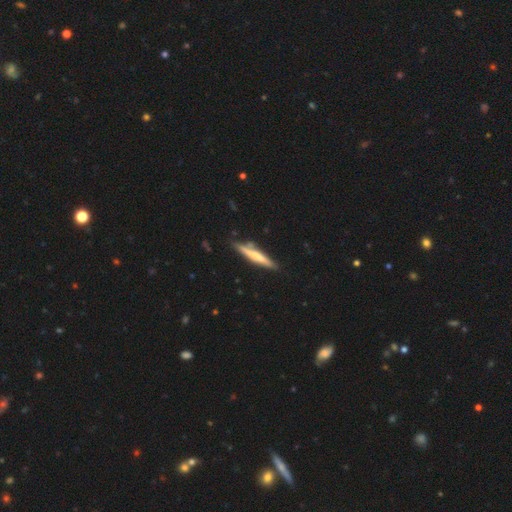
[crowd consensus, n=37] Smooth or featured? 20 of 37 (54%) said smooth. How rounded? 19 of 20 (95%) said cigar-shaped. Merging? 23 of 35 (66%) said none.